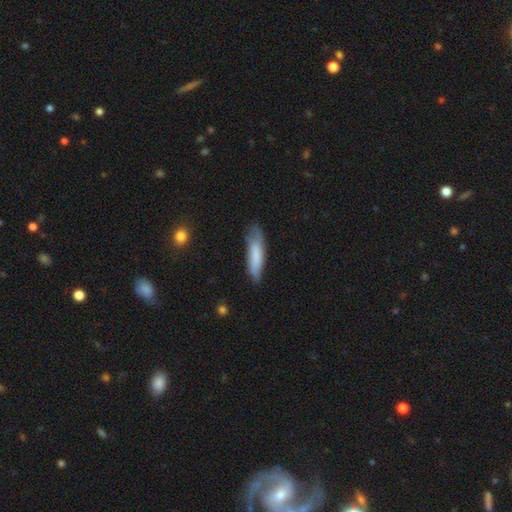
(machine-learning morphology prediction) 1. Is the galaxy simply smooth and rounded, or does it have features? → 77% smooth, 16% featured or disk, 6% star or artifact.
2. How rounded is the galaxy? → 67% cigar-shaped, 31% in between, 2% round.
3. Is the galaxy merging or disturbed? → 65% none, 27% minor disturbance, 6% major disturbance, 2% merger.